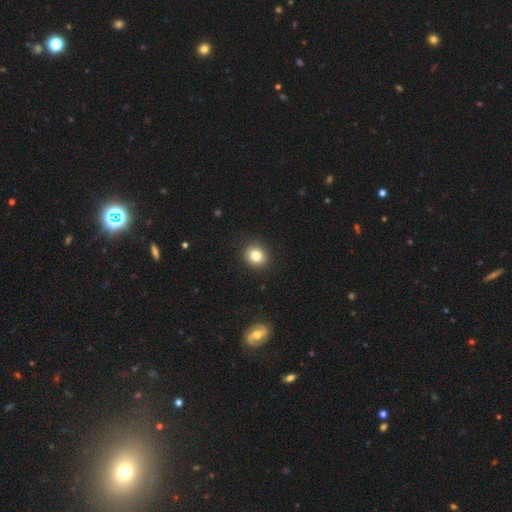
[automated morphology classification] smooth-or-featured: smooth: 82% | star or artifact: 11% | featured or disk: 8%
  how-rounded: round: 82% | in between: 17% | cigar-shaped: 1%
  merging: none: 91% | minor disturbance: 6% | major disturbance: 2% | merger: 1%